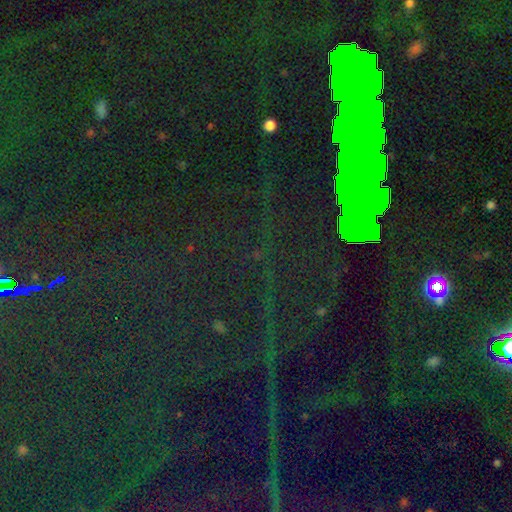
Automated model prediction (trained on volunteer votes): star or artifact 81%, smooth 10%, featured or disk 9%.